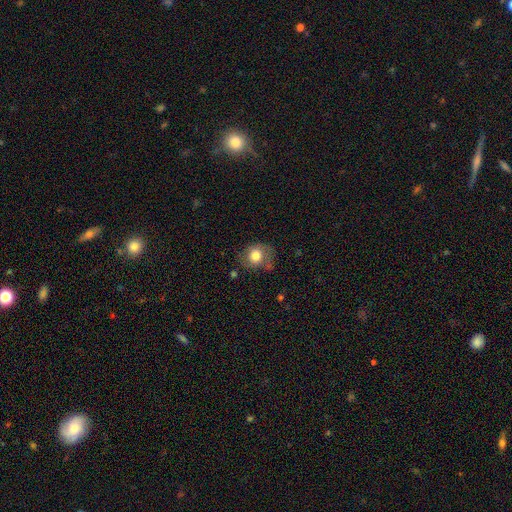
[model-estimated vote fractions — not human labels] smooth-or-featured: smooth: 73% | featured or disk: 19% | star or artifact: 9%
  how-rounded: round: 69% | in between: 31% | cigar-shaped: 1%
  merging: none: 59% | minor disturbance: 25% | major disturbance: 12% | merger: 4%